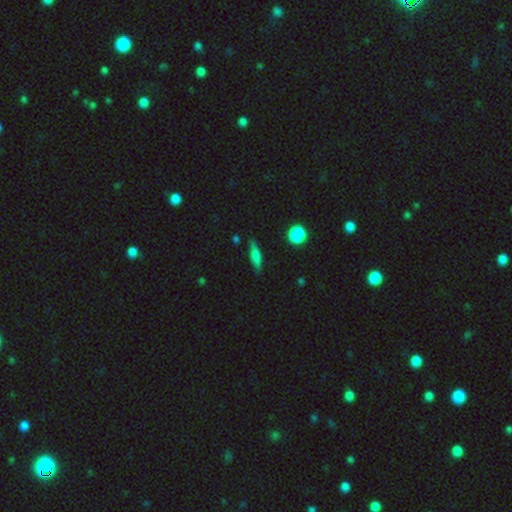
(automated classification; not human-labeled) smooth_or_featured: smooth (p=0.62) [alt: featured or disk p=0.30]
how_rounded: cigar-shaped (p=0.66) [alt: in between p=0.30]
merging: none (p=0.80) [alt: minor disturbance p=0.15]